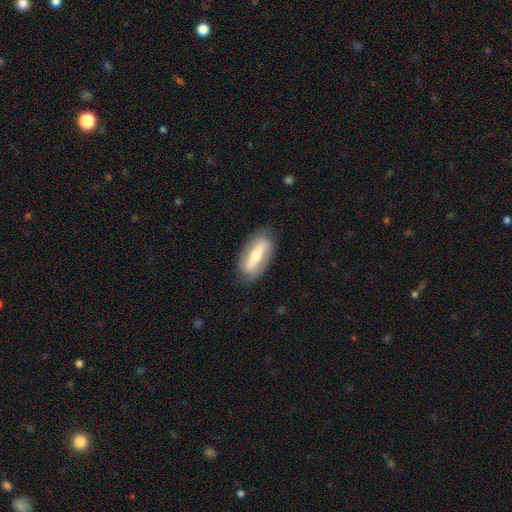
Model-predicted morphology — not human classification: Smooth or featured?
  - featured or disk: 60% *
  - smooth: 35%
  - star or artifact: 6%
Edge-on disk?
  - no: 66% *
  - yes: 34%
Merging?
  - none: 83% *
  - minor disturbance: 12%
  - major disturbance: 4%
  - merger: 1%